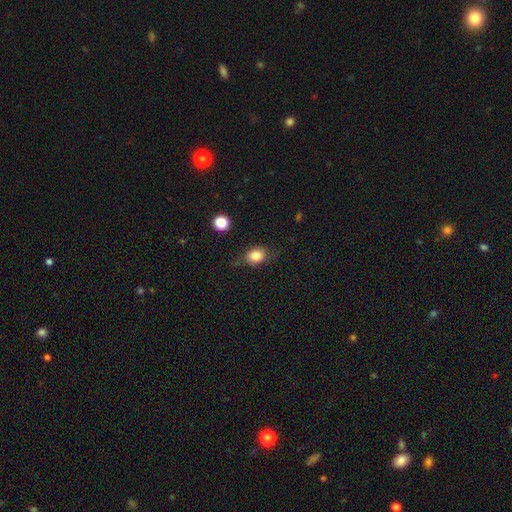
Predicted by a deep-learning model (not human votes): The model was most divided on "how rounded": in between: 57%, round: 42%, cigar-shaped: 2%. More confident: smooth or featured — smooth (81%); merging — none (68%).